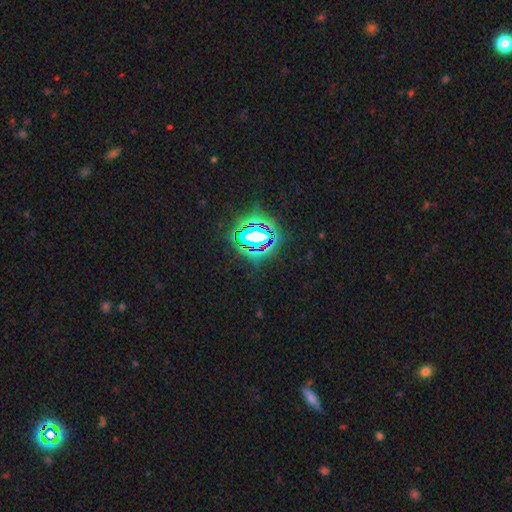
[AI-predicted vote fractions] This is likely a star or artifact rather than a galaxy (80%).